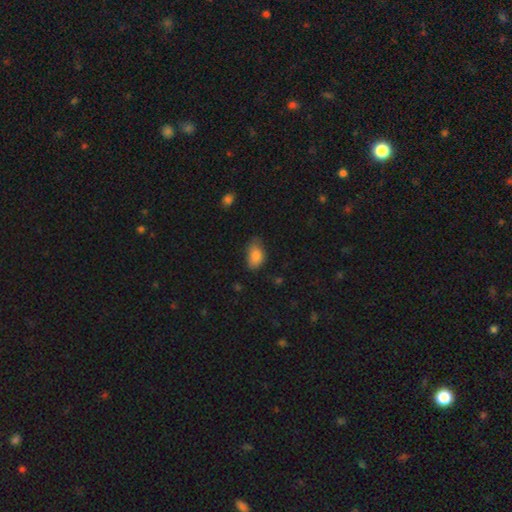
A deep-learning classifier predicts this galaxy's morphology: smooth-or-featured: smooth: 85% | star or artifact: 8% | featured or disk: 7%
  how-rounded: in between: 89% | round: 9% | cigar-shaped: 2%
  merging: none: 56% | minor disturbance: 34% | major disturbance: 8% | merger: 2%